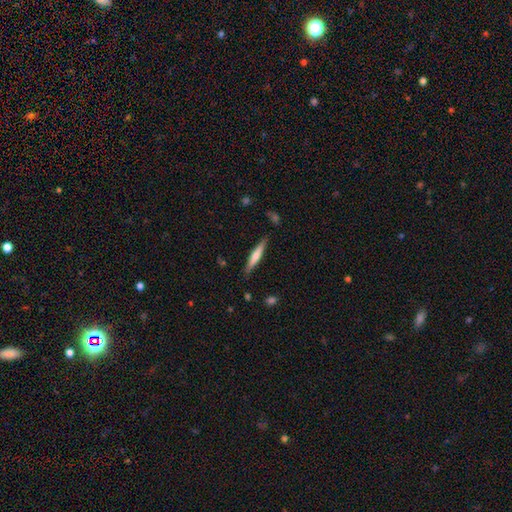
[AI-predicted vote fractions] This appears to be a smooth galaxy with no disk features (56%) that is cigar-shaped (91%). Merging: none (86%).